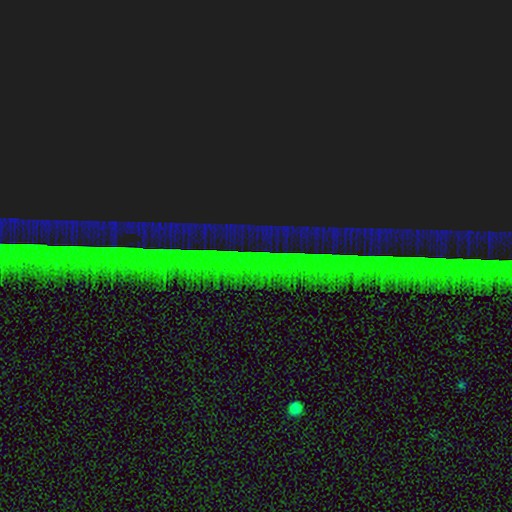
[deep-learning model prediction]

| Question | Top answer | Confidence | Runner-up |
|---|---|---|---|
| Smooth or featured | star or artifact | 88% | featured or disk (6%) |